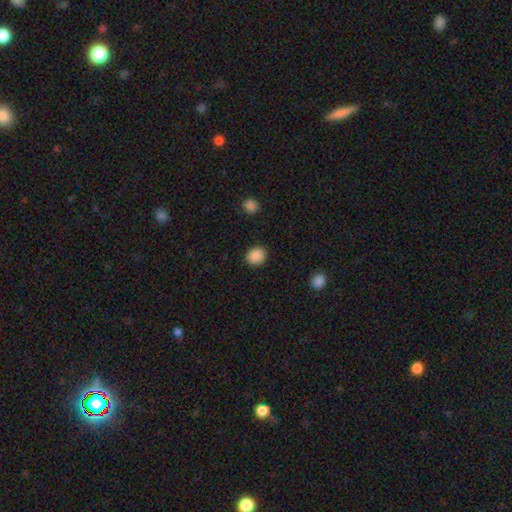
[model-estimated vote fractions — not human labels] Overall: smooth (89%). How rounded: round (69%; in between 31%). Merging: none (89%).